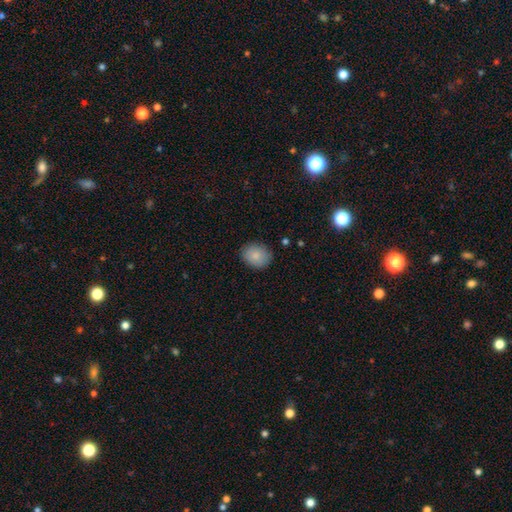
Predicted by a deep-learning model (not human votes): smooth_or_featured: smooth (p=0.85) [alt: featured or disk p=0.08]
how_rounded: round (p=0.51) [alt: in between p=0.48]
merging: none (p=0.84) [alt: minor disturbance p=0.12]